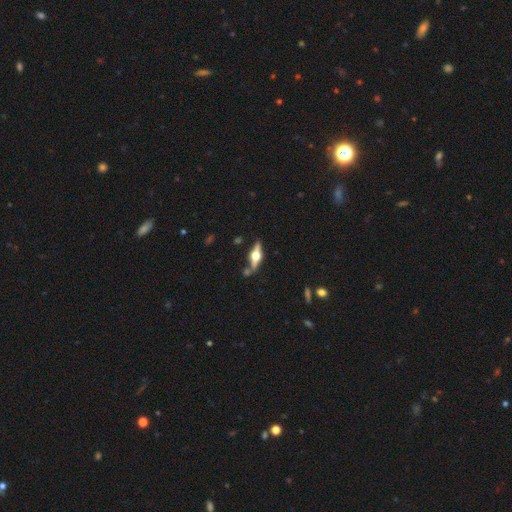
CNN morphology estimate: Overall: featured or disk (76%). Edge-on disk: yes (96%). Edge-on bulge: rounded (95%). Merging: none (74%).